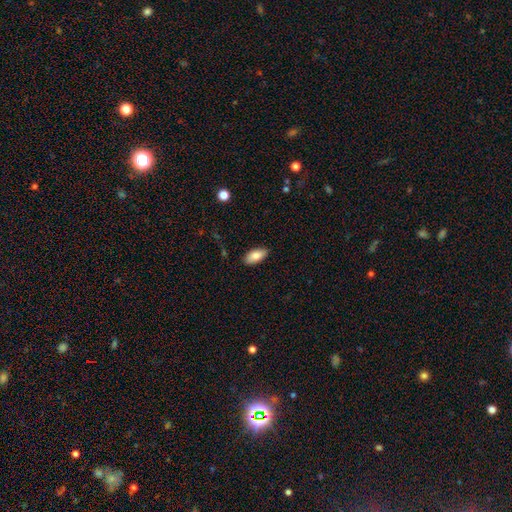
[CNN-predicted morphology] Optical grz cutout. It shows a smooth galaxy with no disk features (83%) that is in between round and cigar-shaped (91%). Merging: none (86%).